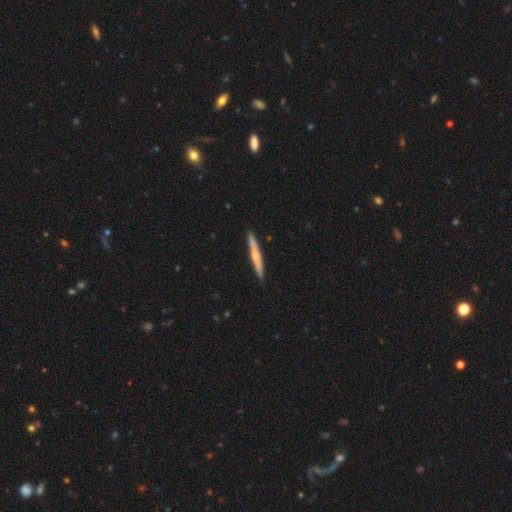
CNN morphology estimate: A featured or disk galaxy (48%). Merging: none (91%).